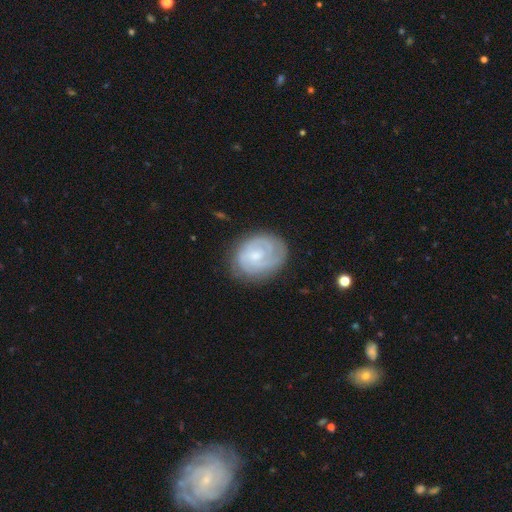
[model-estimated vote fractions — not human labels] Overall: featured or disk (79%). Edge-on disk: no (98%). Bar: no (55%; weak 39%). Spiral arms: yes (94%). Spiral arm count: 2 (44%; can't tell 26%). Spiral winding: tight (69%). Bulge size: small (56%; moderate 30%). Merging: none (76%).